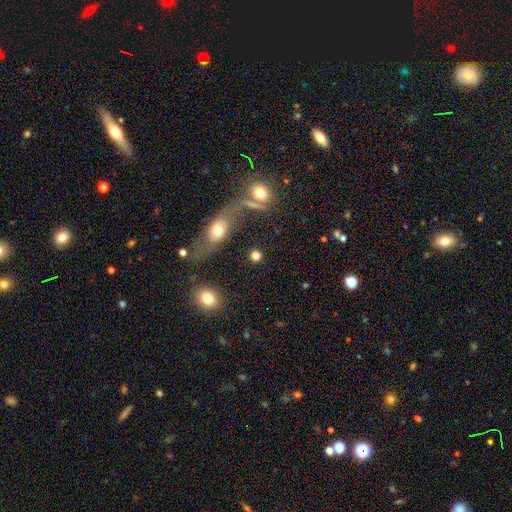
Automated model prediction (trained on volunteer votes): Smooth or featured?
  - smooth: 76% *
  - star or artifact: 14%
  - featured or disk: 10%
How rounded?
  - round: 81% *
  - in between: 15%
  - cigar-shaped: 3%
Merging?
  - none: 74% *
  - merger: 12%
  - minor disturbance: 9%
  - major disturbance: 6%